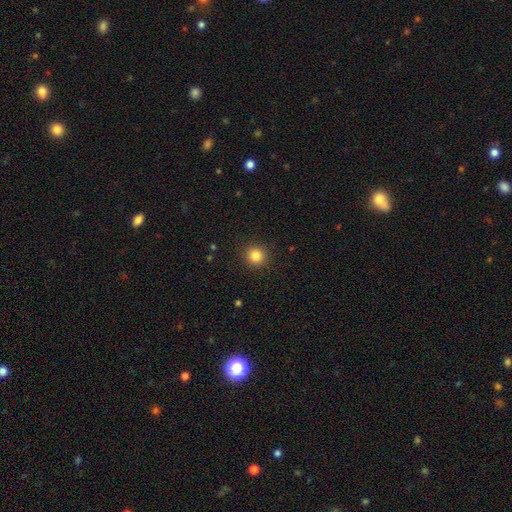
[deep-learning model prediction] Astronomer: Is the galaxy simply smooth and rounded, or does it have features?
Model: smooth — 84%.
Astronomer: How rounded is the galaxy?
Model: round — 93%.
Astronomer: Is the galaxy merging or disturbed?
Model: none — 91%.